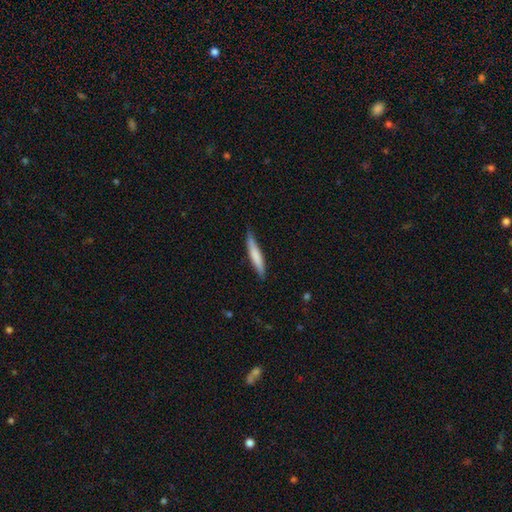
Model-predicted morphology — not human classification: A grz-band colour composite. It shows a smooth galaxy with no disk features (72%) that is cigar-shaped (92%). Merging: none (83%).